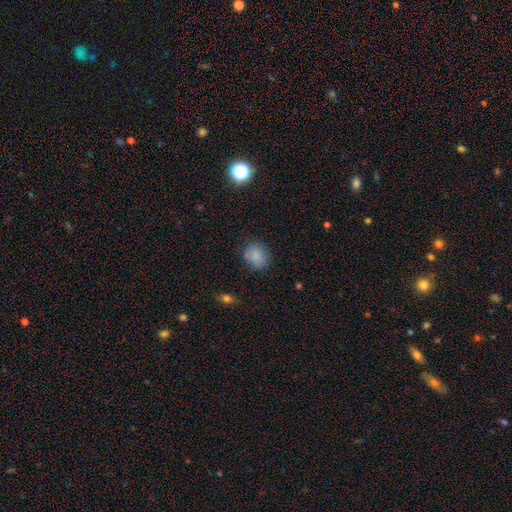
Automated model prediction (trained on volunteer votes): A smooth galaxy with no disk features (83%) that is round (58%).

Vote fractions:
- Smooth or featured? smooth: 83% / star or artifact: 10% / featured or disk: 7%
- How rounded? round: 58% / in between: 41% / cigar-shaped: 1%
- Merging? none: 76% / minor disturbance: 17% / major disturbance: 5% / merger: 3%